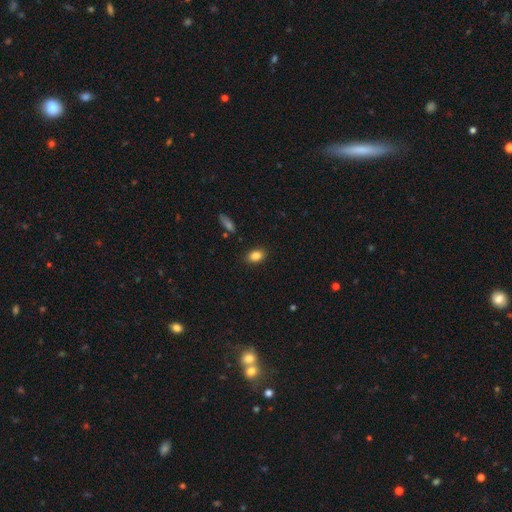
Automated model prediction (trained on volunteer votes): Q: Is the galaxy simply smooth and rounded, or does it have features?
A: smooth — 86%.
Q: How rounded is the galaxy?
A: in between — 85%.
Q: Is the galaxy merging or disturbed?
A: none — 87%.